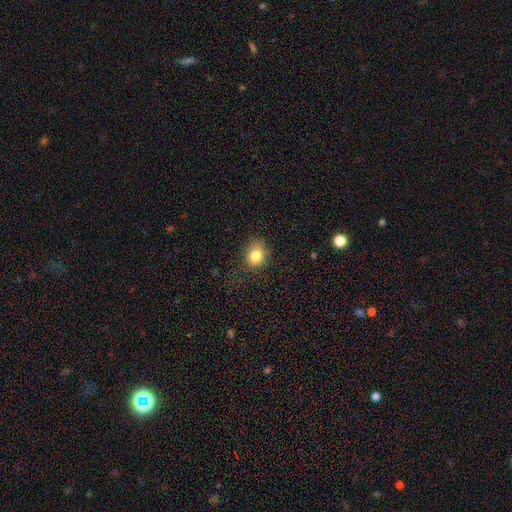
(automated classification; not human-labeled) Smooth or featured? smooth (80%)
How rounded? round (54%)
Merging? none (78%)